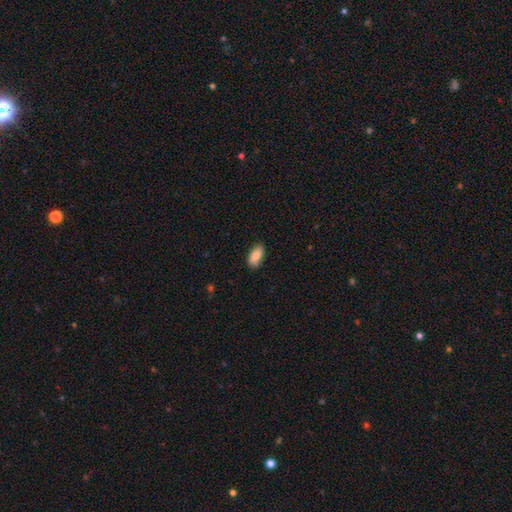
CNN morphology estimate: smooth 85%, featured or disk 9%, star or artifact 7%. Down the decision tree: how rounded — in between (91%); merging — none (82%).